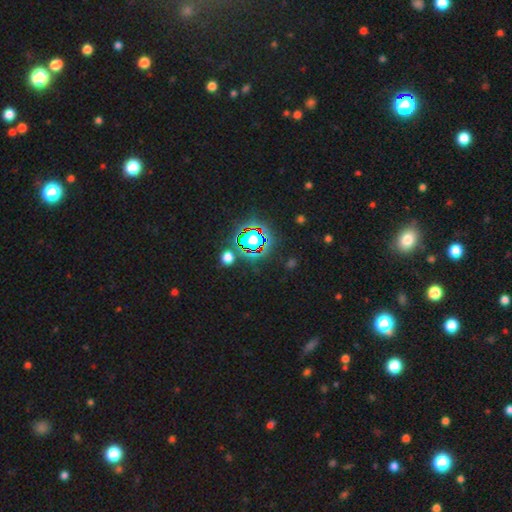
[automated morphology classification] smooth_or_featured: star or artifact (p=0.81) [alt: smooth p=0.12]